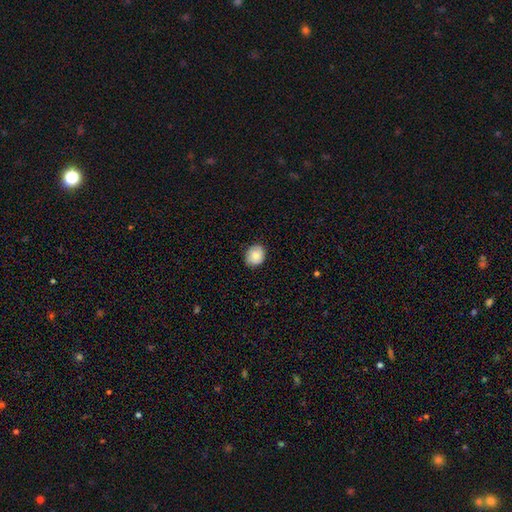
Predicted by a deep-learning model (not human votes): smooth 80%, featured or disk 12%, star or artifact 8%. Down the decision tree: how rounded — round (67%); merging — none (84%).